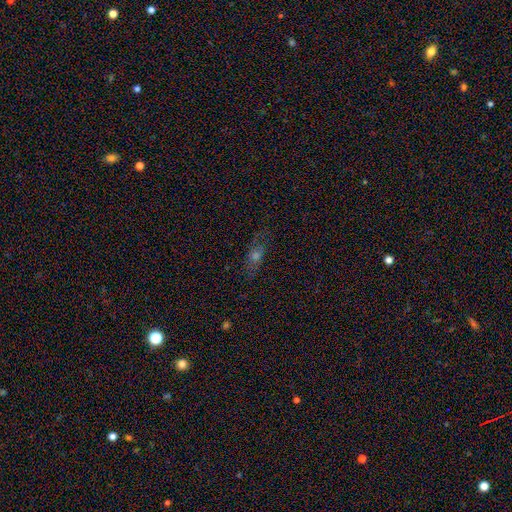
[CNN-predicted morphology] smooth_or_featured: smooth (p=0.44) [alt: featured or disk p=0.32]
merging: none (p=0.75) [alt: minor disturbance p=0.17]